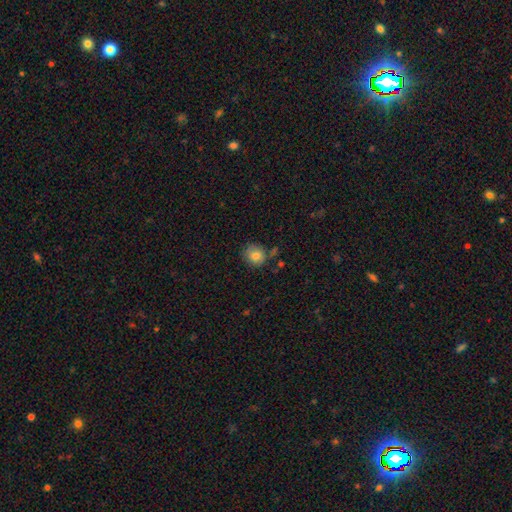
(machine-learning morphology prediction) Smooth or featured? Predicted: smooth (p=0.82). How rounded? Predicted: round (p=0.78). Merging? Predicted: none (p=0.71).